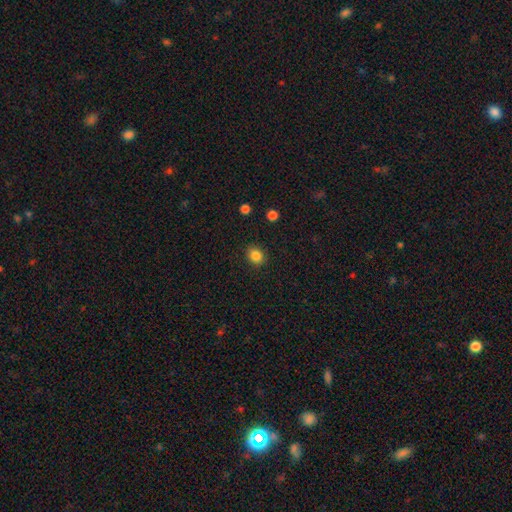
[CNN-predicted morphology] Smooth or featured?
  - smooth: 85% *
  - star or artifact: 10%
  - featured or disk: 4%
How rounded?
  - round: 65% *
  - in between: 34%
  - cigar-shaped: 1%
Merging?
  - none: 89% *
  - minor disturbance: 8%
  - major disturbance: 2%
  - merger: 1%